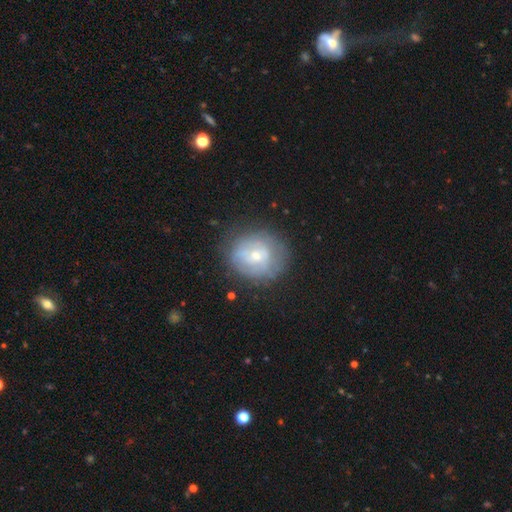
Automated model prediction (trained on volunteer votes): Smooth or featured? smooth (46%, tied with featured or disk)
Merging? none (67%)